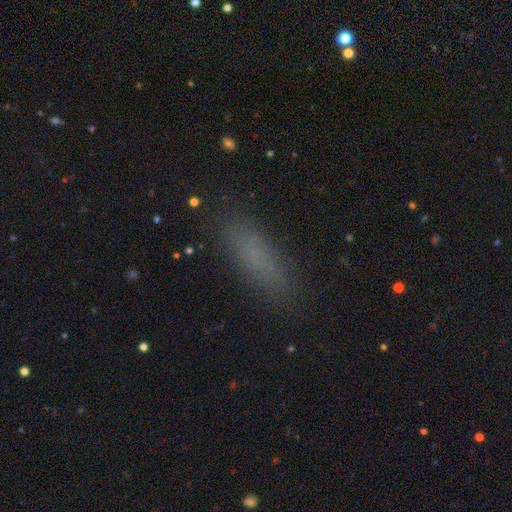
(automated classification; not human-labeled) Smooth or featured?
  - smooth: 76% *
  - star or artifact: 14%
  - featured or disk: 10%
How rounded?
  - cigar-shaped: 60% *
  - in between: 37%
  - round: 3%
Merging?
  - none: 87% *
  - minor disturbance: 9%
  - major disturbance: 3%
  - merger: 1%